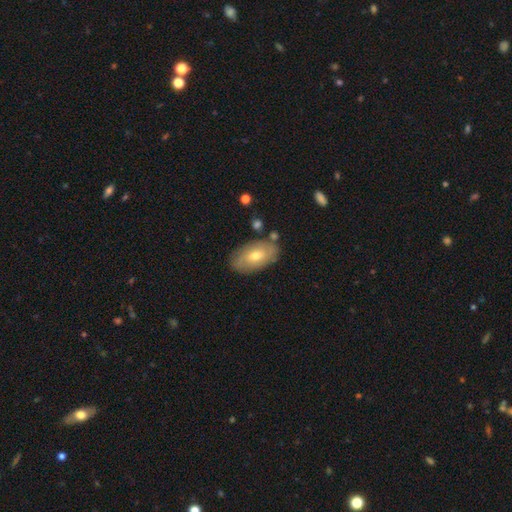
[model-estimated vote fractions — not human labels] smooth_or_featured: smooth (p=0.56) [alt: featured or disk p=0.37]
how_rounded: in between (p=0.92) [alt: round p=0.05]
merging: none (p=0.78) [alt: minor disturbance p=0.14]